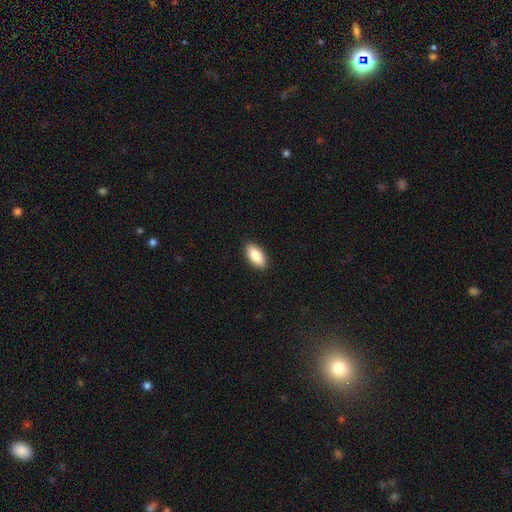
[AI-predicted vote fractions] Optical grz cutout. It shows a smooth galaxy with no disk features (86%) that is in between round and cigar-shaped (90%). Merging: none (90%).